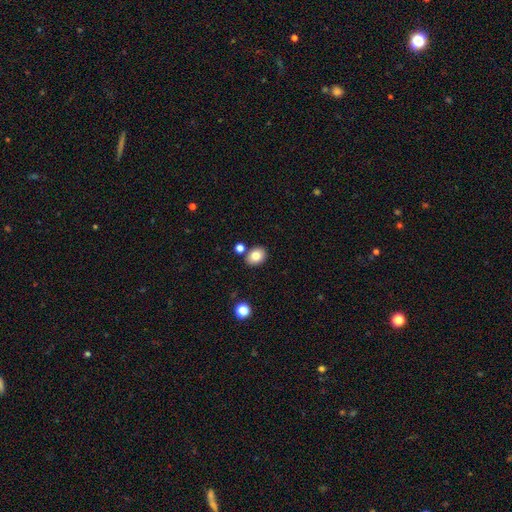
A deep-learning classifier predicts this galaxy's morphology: Smooth or featured?
  - smooth: 81% *
  - star or artifact: 10%
  - featured or disk: 9%
How rounded?
  - in between: 57% *
  - round: 42%
  - cigar-shaped: 1%
Merging?
  - none: 79% *
  - minor disturbance: 10%
  - merger: 8%
  - major disturbance: 2%